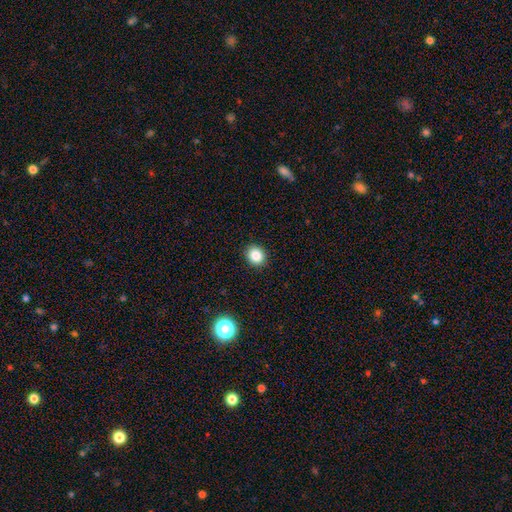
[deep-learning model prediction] Smooth or featured? smooth (84%)
How rounded? round (79%)
Merging? none (92%)